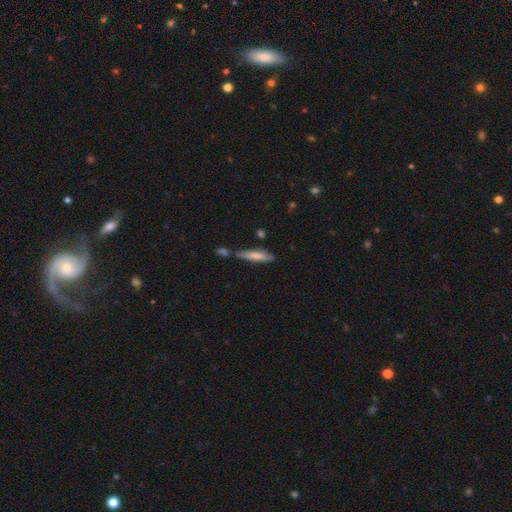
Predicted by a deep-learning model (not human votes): smooth_or_featured: smooth (p=0.72) [alt: featured or disk p=0.22]
how_rounded: cigar-shaped (p=0.82) [alt: in between p=0.16]
merging: none (p=0.56) [alt: minor disturbance p=0.20]